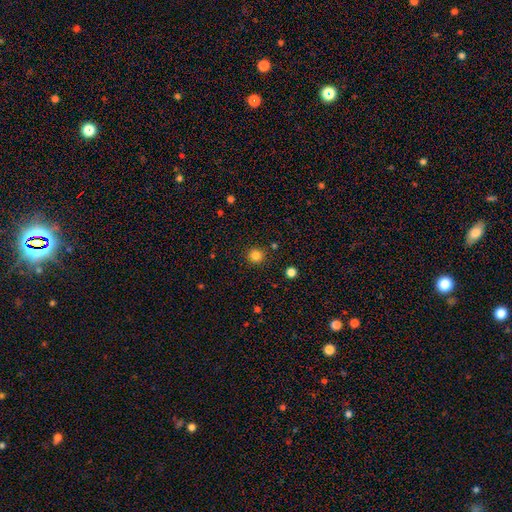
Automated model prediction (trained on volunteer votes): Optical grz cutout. It shows a smooth galaxy with no disk features (82%) that is round (94%). Merging: none (89%).